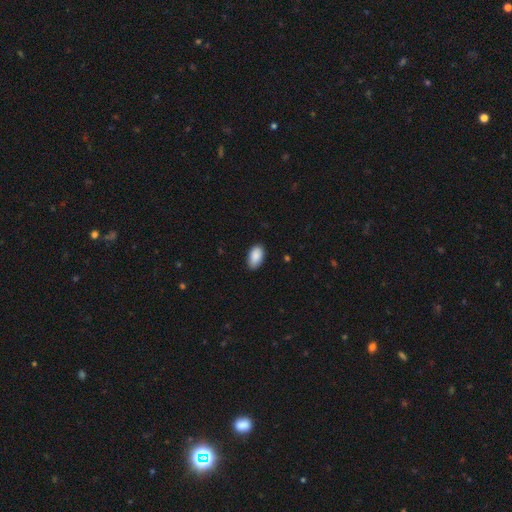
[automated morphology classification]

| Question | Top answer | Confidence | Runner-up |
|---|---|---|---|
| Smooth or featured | smooth | 90% | star or artifact (6%) |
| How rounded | in between | 95% | round (4%) |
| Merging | none | 84% | minor disturbance (13%) |